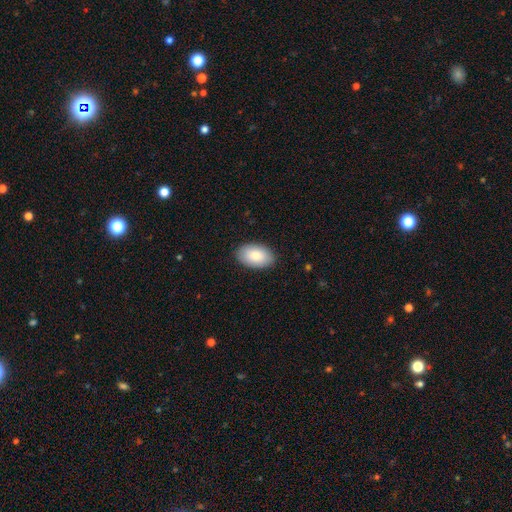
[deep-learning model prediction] Q: Smooth or featured?
A: smooth (84%); runner-up: featured or disk (10%)
Q: How rounded?
A: in between (93%); runner-up: round (6%)
Q: Merging?
A: none (88%); runner-up: minor disturbance (9%)